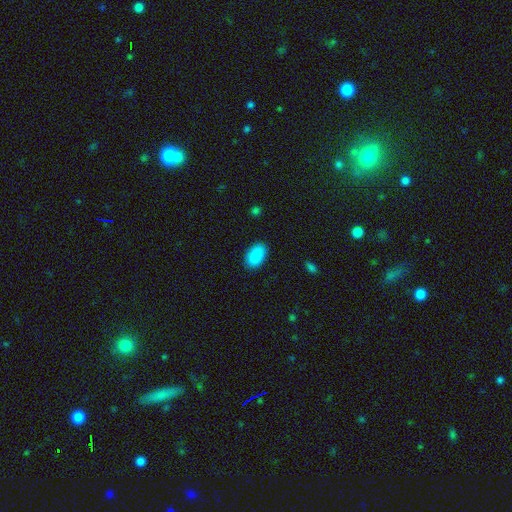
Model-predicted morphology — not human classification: Smooth or featured?
  - smooth: 90% *
  - star or artifact: 7%
  - featured or disk: 3%
How rounded?
  - in between: 93% *
  - round: 6%
  - cigar-shaped: 1%
Merging?
  - none: 88% *
  - minor disturbance: 9%
  - major disturbance: 2%
  - merger: 1%